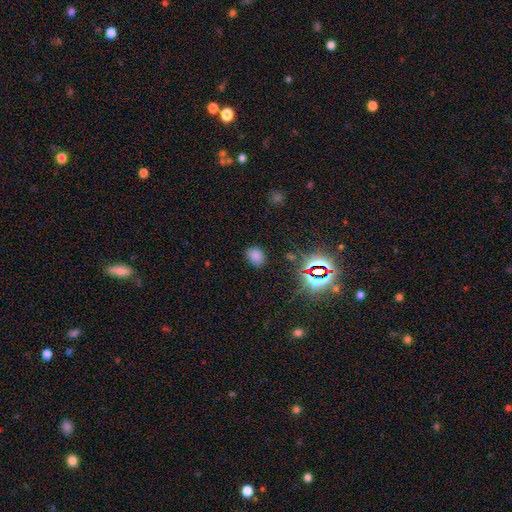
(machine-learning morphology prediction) smooth_or_featured: smooth (p=0.73) [alt: star or artifact p=0.21]
how_rounded: in between (p=0.60) [alt: round p=0.39]
merging: none (p=0.81) [alt: minor disturbance p=0.13]